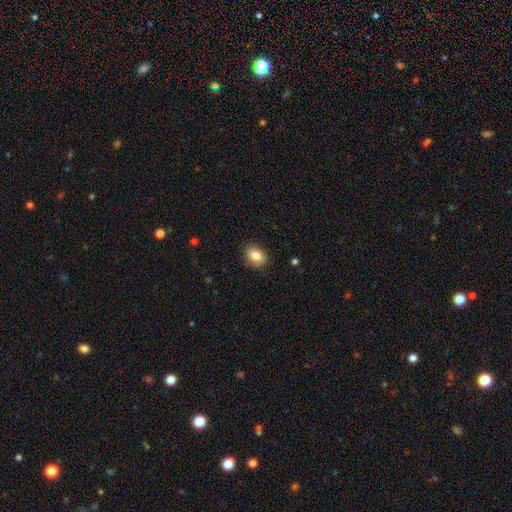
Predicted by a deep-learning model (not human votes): Smooth or featured: smooth — 84% (star or artifact — 8%)
How rounded: in between — 67% (round — 32%)
Merging: none — 87% (minor disturbance — 10%)